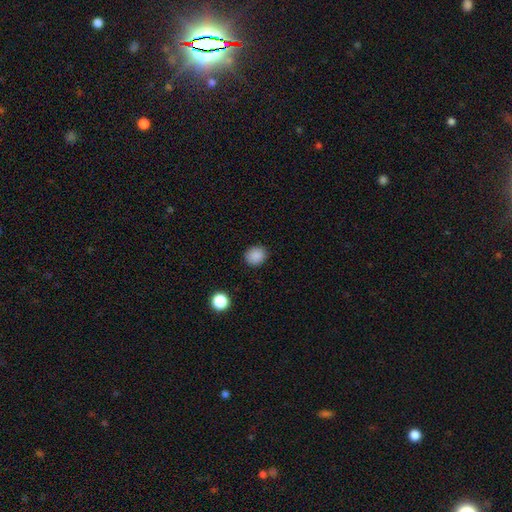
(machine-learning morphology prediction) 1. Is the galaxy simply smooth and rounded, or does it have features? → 87% smooth, 10% star or artifact, 3% featured or disk.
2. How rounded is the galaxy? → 79% round, 20% in between, 1% cigar-shaped.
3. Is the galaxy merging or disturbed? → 89% none, 8% minor disturbance, 2% major disturbance, 1% merger.